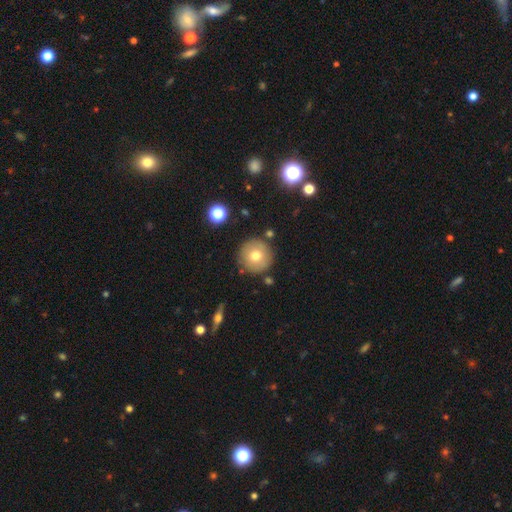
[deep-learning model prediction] Smooth or featured? Predicted: smooth (p=0.71). How rounded? Predicted: round (p=0.96). Merging? Predicted: none (p=0.86).